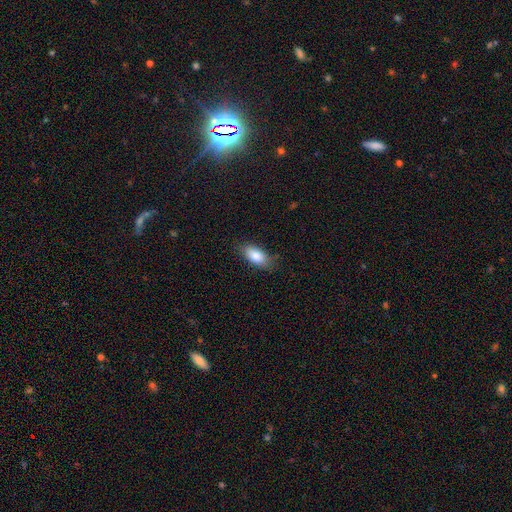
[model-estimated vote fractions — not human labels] A smooth galaxy with no disk features (85%) that is in between round and cigar-shaped (89%). Merging: none (79%).